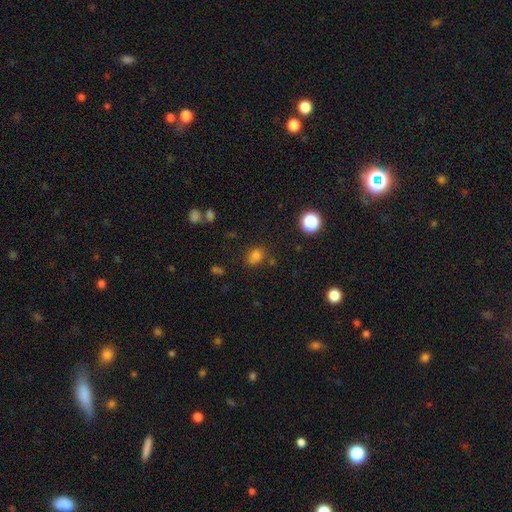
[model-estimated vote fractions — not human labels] smooth 75%, star or artifact 17%, featured or disk 7%. Down the decision tree: how rounded — round (50%); merging — none (64%).